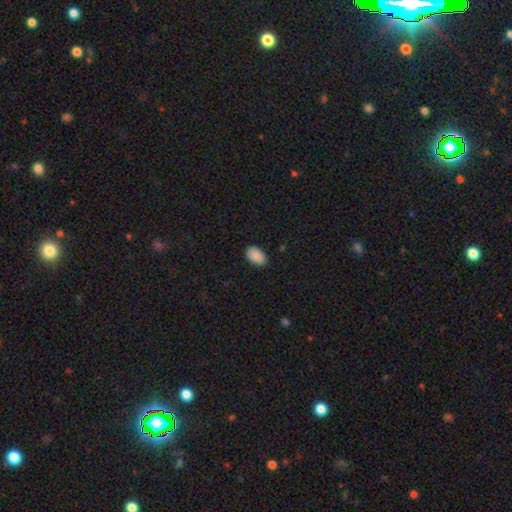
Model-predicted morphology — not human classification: Smooth or featured? smooth (90%)
How rounded? in between (92%)
Merging? none (89%)